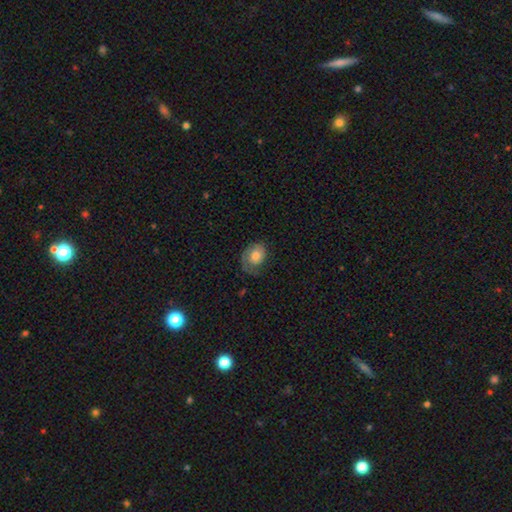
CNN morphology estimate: A smooth galaxy with no disk features (63%) that is in between round and cigar-shaped (58%). Merging: none (45%).